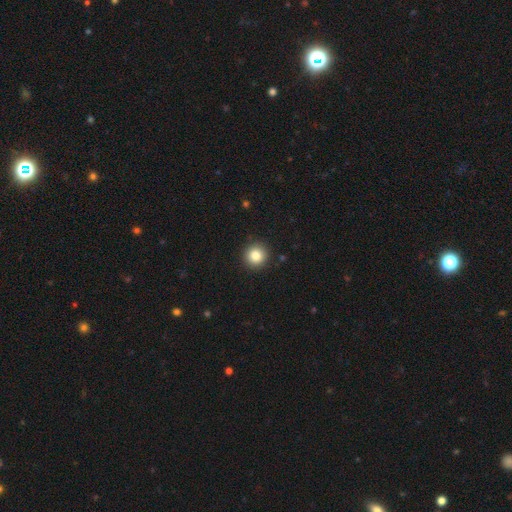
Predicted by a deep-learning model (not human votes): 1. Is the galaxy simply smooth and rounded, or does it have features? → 84% smooth, 10% star or artifact, 6% featured or disk.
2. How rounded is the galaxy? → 94% round, 5% in between, 1% cigar-shaped.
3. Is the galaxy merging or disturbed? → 92% none, 5% minor disturbance, 2% major disturbance, 1% merger.